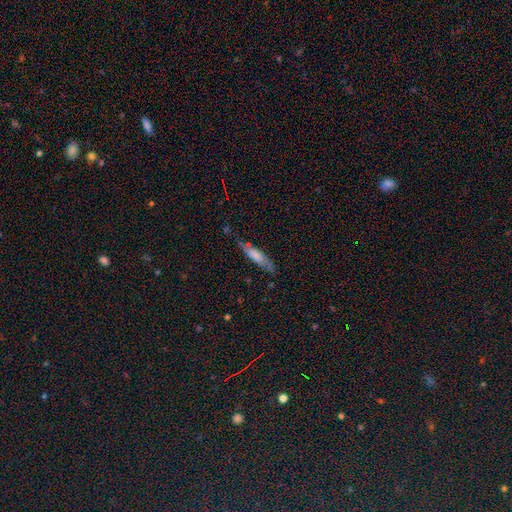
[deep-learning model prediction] This is likely a smooth galaxy (65%). How rounded: likely cigar-shaped (76%). Merging: likely none (70%).